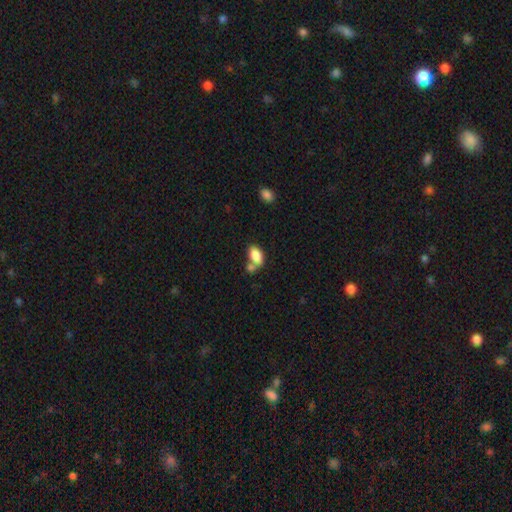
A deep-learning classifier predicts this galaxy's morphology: smooth 84%, featured or disk 8%, star or artifact 8%. Down the decision tree: how rounded — in between (91%); merging — none (44%).